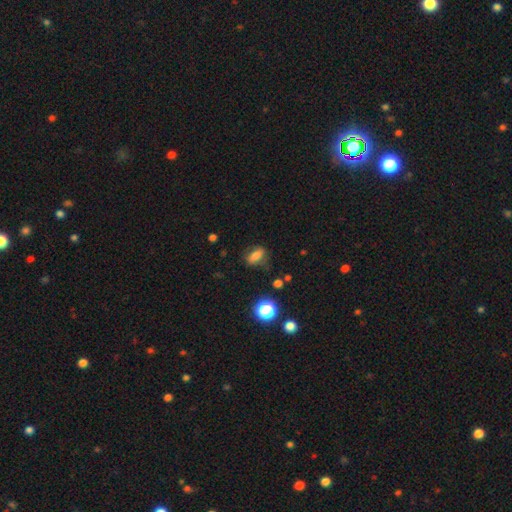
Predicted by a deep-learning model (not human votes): A smooth galaxy with no disk features (72%) that is in between round and cigar-shaped (72%). Merging: none (73%).